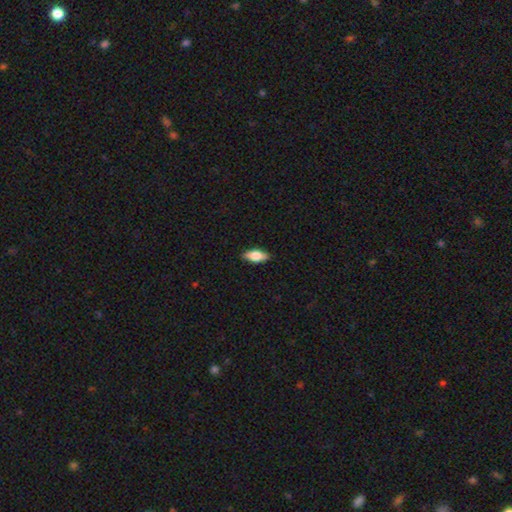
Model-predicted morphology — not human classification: This appears to be a smooth galaxy with no disk features (75%) that is in between round and cigar-shaped (83%). Merging: none (88%).